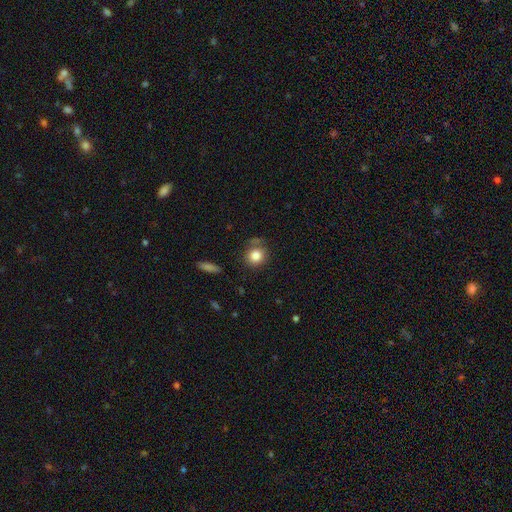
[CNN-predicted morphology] This appears to be a smooth galaxy with no disk features (82%) that is round (86%). Merging: none (72%).